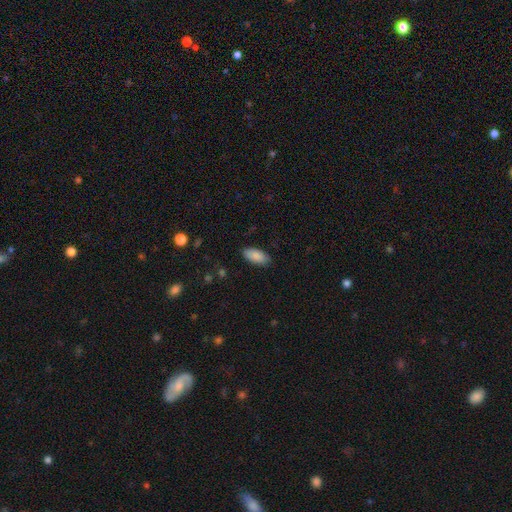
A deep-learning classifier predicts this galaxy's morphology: A smooth galaxy with no disk features (89%) that is in between round and cigar-shaped (90%).

Vote fractions:
- Smooth or featured? smooth: 89% / star or artifact: 6% / featured or disk: 5%
- How rounded? in between: 90% / cigar-shaped: 8% / round: 2%
- Merging? none: 87% / minor disturbance: 10% / major disturbance: 2% / merger: 1%